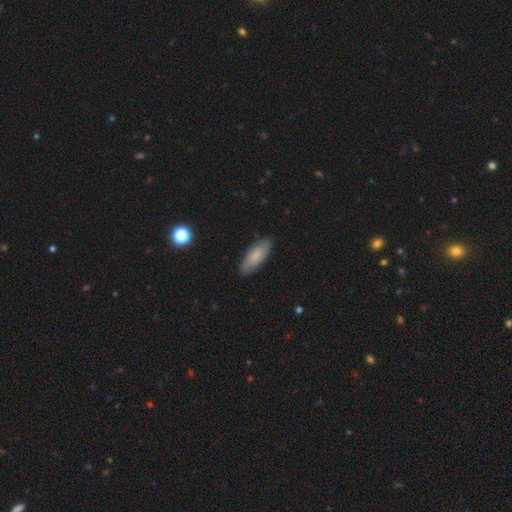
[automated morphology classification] Smooth or featured?
  - smooth: 63% *
  - featured or disk: 30%
  - star or artifact: 7%
How rounded?
  - in between: 77% *
  - cigar-shaped: 21%
  - round: 2%
Merging?
  - none: 84% *
  - minor disturbance: 12%
  - major disturbance: 2%
  - merger: 1%